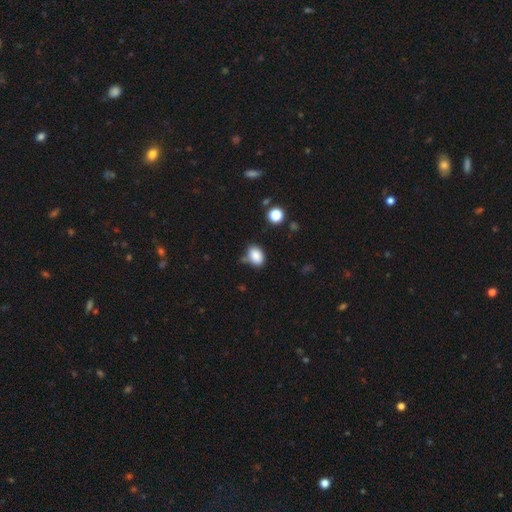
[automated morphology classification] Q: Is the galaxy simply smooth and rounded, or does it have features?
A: smooth — 86%.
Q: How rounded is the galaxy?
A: in between — 78%.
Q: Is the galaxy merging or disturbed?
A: none — 65%.